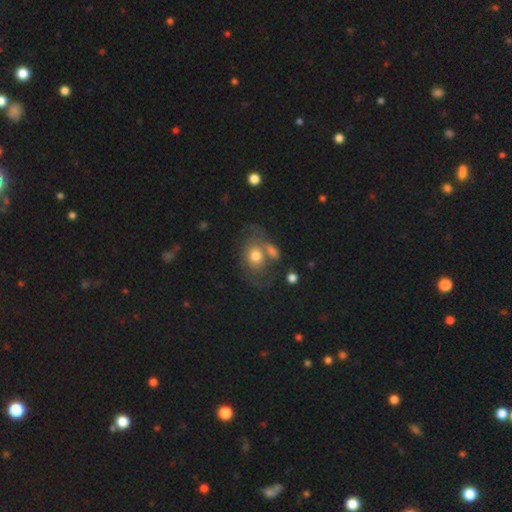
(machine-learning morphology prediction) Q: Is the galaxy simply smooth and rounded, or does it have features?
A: smooth — 48%.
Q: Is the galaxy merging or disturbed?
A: none — 37%.